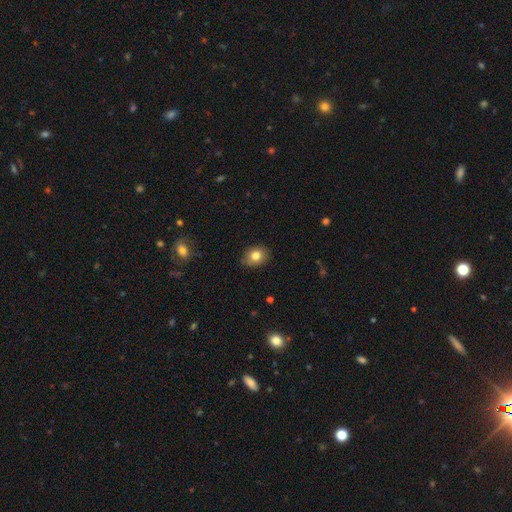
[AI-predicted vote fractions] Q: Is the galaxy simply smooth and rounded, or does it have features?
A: smooth — 81%.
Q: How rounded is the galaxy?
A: in between — 57%.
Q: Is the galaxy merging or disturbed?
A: none — 84%.